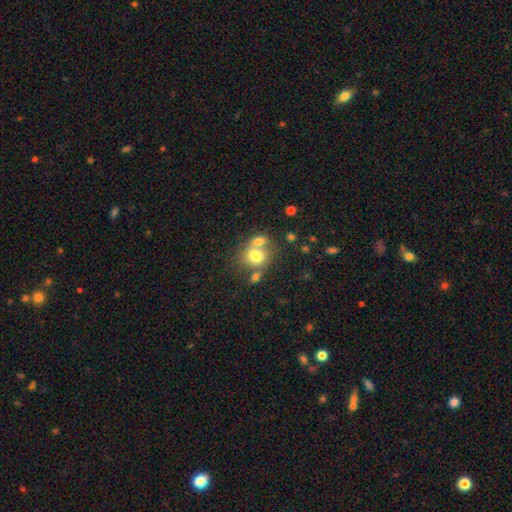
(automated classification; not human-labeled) Overall: smooth (73%). How rounded: round (55%; in between 44%). Merging: merger (53%; none 32%).